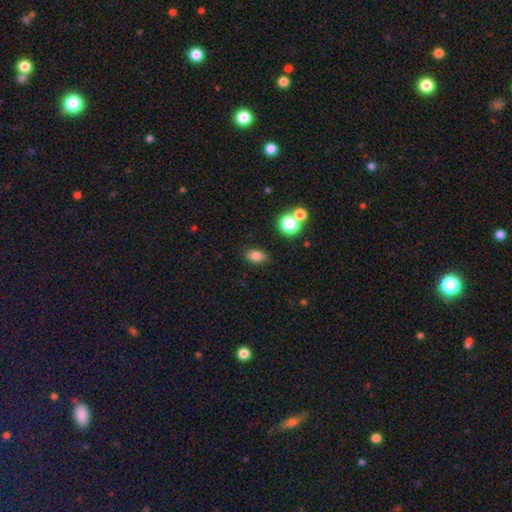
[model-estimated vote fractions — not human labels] Overall: smooth (80%). How rounded: in between (82%). Merging: none (82%).